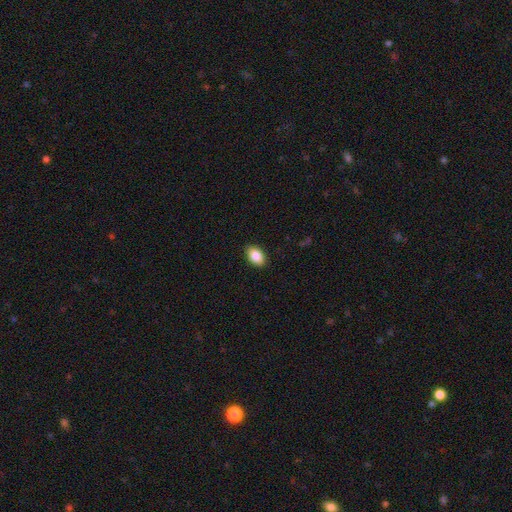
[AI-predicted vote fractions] A smooth galaxy with no disk features (88%) that is in between round and cigar-shaped (91%).

Vote fractions:
- Smooth or featured? smooth: 88% / star or artifact: 7% / featured or disk: 5%
- How rounded? in between: 91% / round: 8% / cigar-shaped: 1%
- Merging? none: 89% / minor disturbance: 8% / major disturbance: 2% / merger: 1%